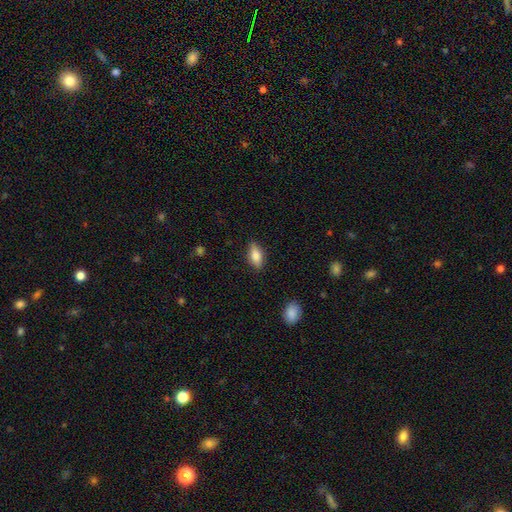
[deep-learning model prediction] Q: Smooth or featured?
A: smooth (74%); runner-up: featured or disk (18%)
Q: How rounded?
A: in between (82%); runner-up: cigar-shaped (14%)
Q: Merging?
A: none (84%); runner-up: minor disturbance (12%)